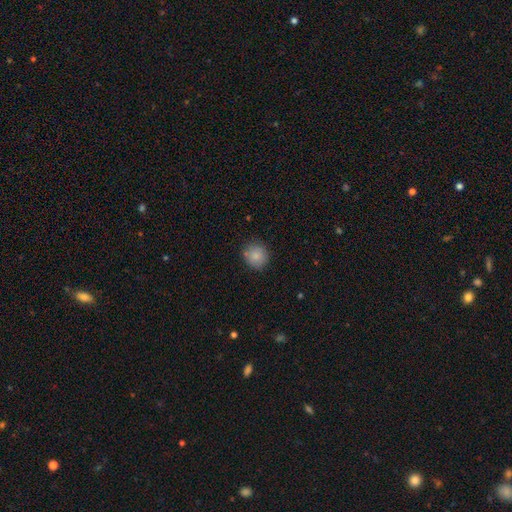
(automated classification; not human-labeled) Overall: smooth (85%). How rounded: round (88%). Merging: none (84%).